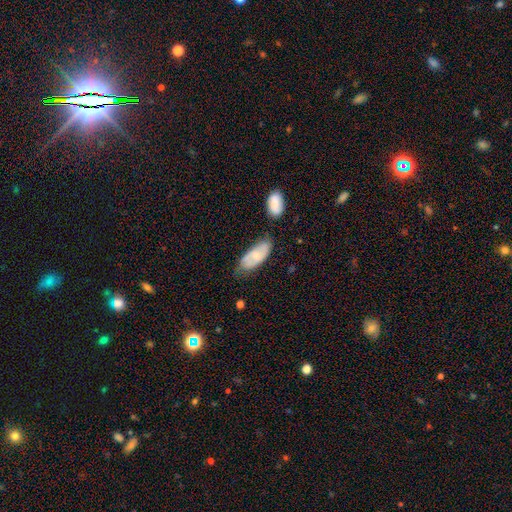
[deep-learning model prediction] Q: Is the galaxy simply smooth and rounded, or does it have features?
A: smooth — 52%.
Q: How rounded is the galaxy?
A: in between — 86%.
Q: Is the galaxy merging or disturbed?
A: none — 58%.